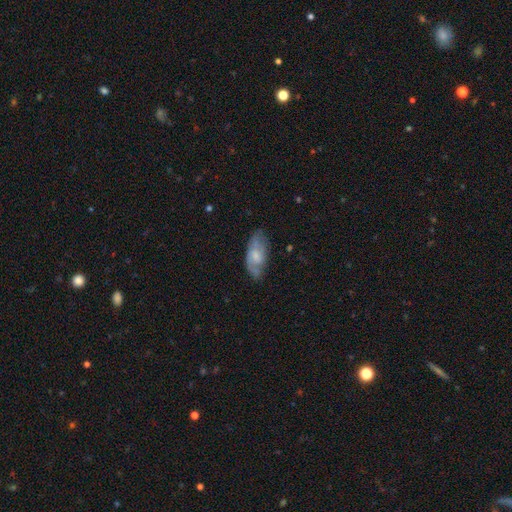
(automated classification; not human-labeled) Smooth or featured? featured or disk (48%)
Merging? none (65%)